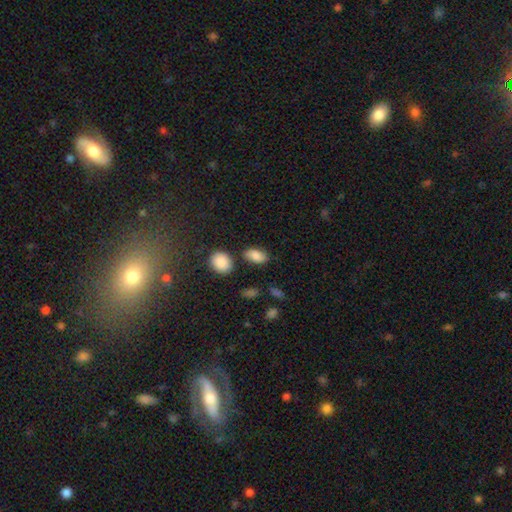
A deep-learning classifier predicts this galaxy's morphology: A smooth galaxy with no disk features (83%) that is in between round and cigar-shaped (89%).

Vote fractions:
- Smooth or featured? smooth: 83% / star or artifact: 9% / featured or disk: 8%
- How rounded? in between: 89% / round: 9% / cigar-shaped: 3%
- Merging? none: 75% / minor disturbance: 15% / merger: 6% / major disturbance: 4%